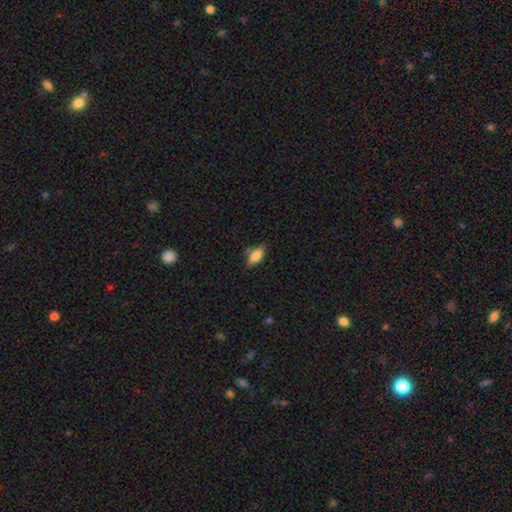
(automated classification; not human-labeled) Q: Smooth or featured?
A: smooth (75%); runner-up: featured or disk (17%)
Q: How rounded?
A: in between (82%); runner-up: cigar-shaped (14%)
Q: Merging?
A: none (69%); runner-up: minor disturbance (21%)